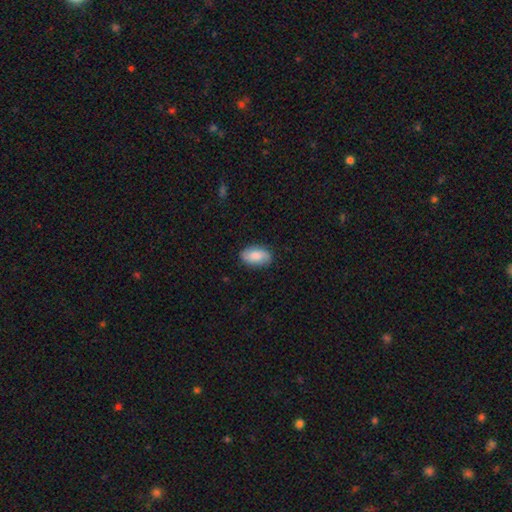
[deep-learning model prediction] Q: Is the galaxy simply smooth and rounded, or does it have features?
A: smooth — 78%.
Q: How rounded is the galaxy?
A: in between — 93%.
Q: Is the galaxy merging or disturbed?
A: none — 85%.